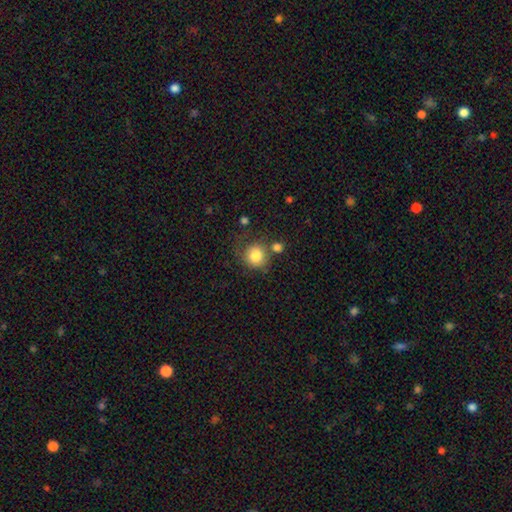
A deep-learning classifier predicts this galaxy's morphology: smooth 83%, star or artifact 9%, featured or disk 8%. Down the decision tree: how rounded — round (86%); merging — none (61%).